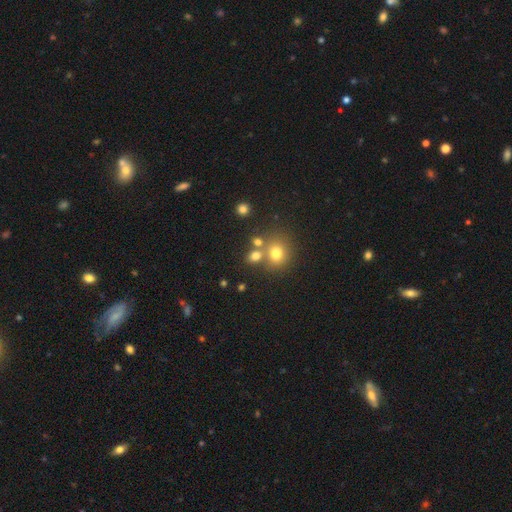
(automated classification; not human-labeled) This appears to be a smooth galaxy with no disk features (72%) that is round (61%). Merging: none (56%).